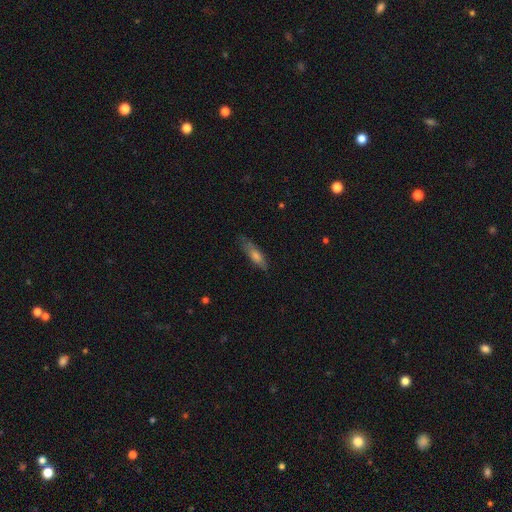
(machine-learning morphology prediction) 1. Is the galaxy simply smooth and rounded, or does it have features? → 58% smooth, 34% featured or disk, 8% star or artifact.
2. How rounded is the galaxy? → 67% cigar-shaped, 30% in between, 2% round.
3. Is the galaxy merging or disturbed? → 75% none, 19% minor disturbance, 4% major disturbance, 1% merger.